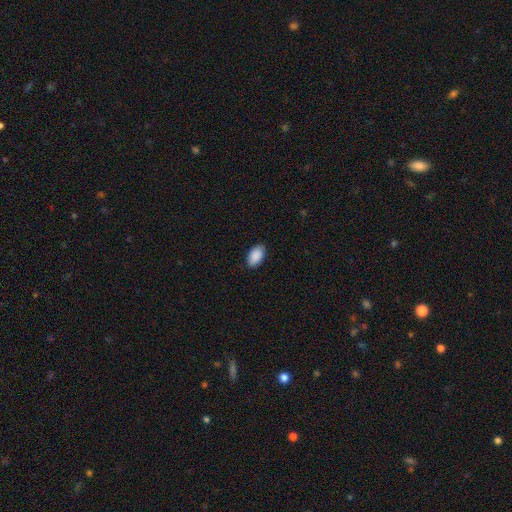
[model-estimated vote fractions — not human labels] The model was most divided on "merging": none: 88%, minor disturbance: 9%, major disturbance: 2%, merger: 1%. More confident: how rounded — in between (95%); smooth or featured — smooth (91%).